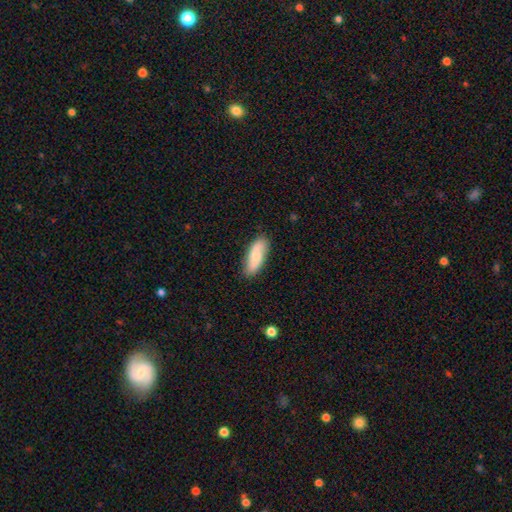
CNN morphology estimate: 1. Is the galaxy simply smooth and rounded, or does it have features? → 61% smooth, 33% featured or disk, 6% star or artifact.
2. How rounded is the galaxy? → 68% in between, 29% cigar-shaped, 3% round.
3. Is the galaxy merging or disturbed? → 83% none, 13% minor disturbance, 2% major disturbance, 1% merger.